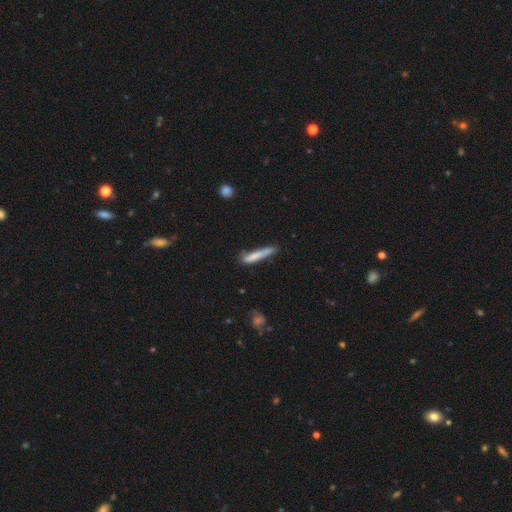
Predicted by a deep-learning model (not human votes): smooth_or_featured: smooth (p=0.77) [alt: featured or disk p=0.17]
how_rounded: cigar-shaped (p=0.93) [alt: in between p=0.06]
merging: none (p=0.69) [alt: minor disturbance p=0.23]